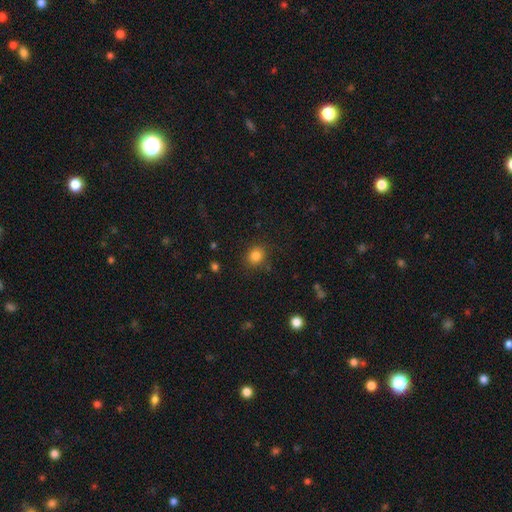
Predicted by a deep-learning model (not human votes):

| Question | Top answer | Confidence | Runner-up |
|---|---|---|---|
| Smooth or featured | smooth | 83% | star or artifact (12%) |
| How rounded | round | 79% | in between (20%) |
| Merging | none | 85% | minor disturbance (10%) |